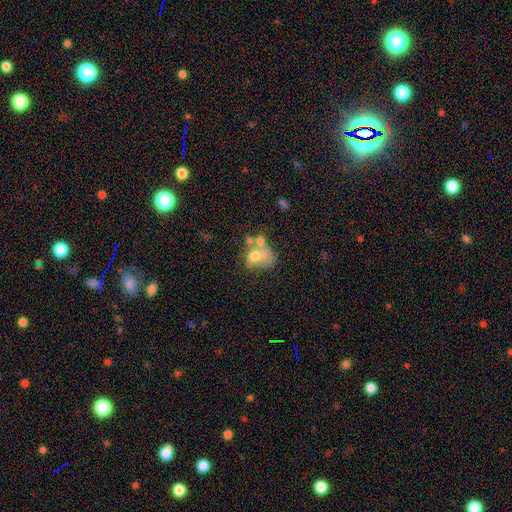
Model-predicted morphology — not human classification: This appears to be a smooth galaxy with no disk features (54%) that is in between round and cigar-shaped (52%). Merging: merger (44%).